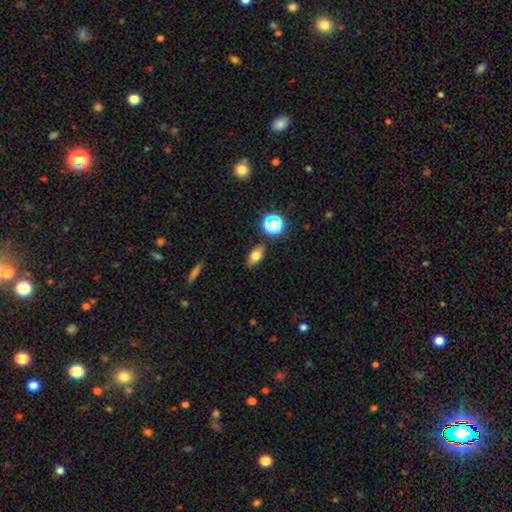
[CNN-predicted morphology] This is likely a smooth galaxy (69%). How rounded: likely in between (80%). Merging: clearly none (84%).